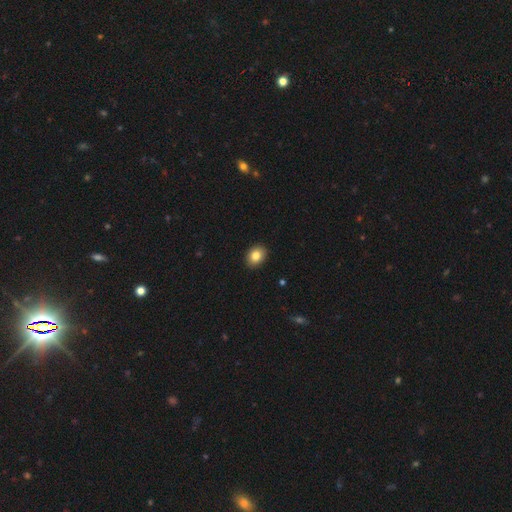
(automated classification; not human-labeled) This is clearly a smooth galaxy (84%). How rounded: likely in between (60%). Merging: clearly none (91%).